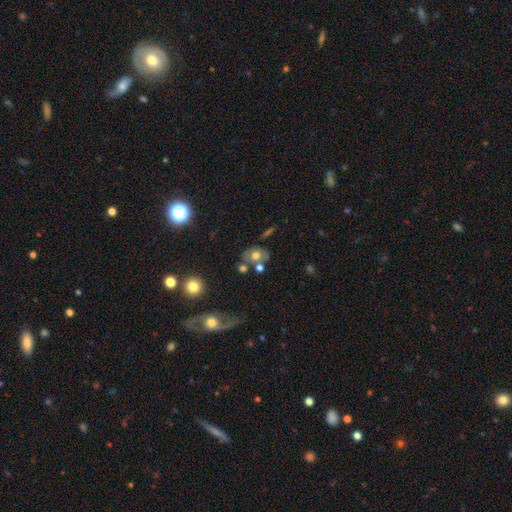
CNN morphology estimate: type=smooth (56%); roundness=in between (55%); merging=none (51%).